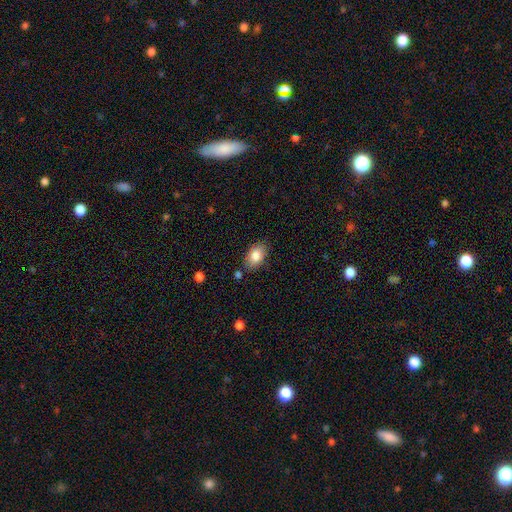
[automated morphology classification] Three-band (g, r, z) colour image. It shows a smooth galaxy with no disk features (83%) that is in between round and cigar-shaped (90%). Merging: none (81%).